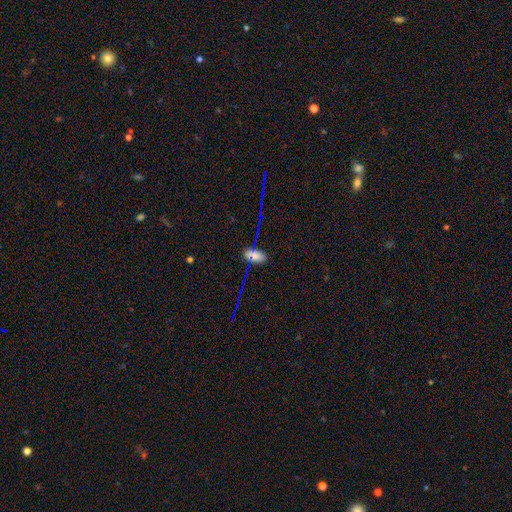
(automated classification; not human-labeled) This is likely a smooth galaxy (67%). How rounded: clearly in between (90%). Merging: likely none (78%).